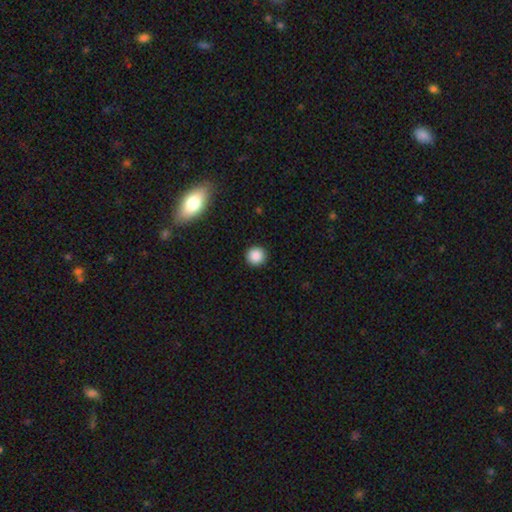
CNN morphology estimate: smooth_or_featured: smooth (p=0.87) [alt: star or artifact p=0.10]
how_rounded: round (p=0.95) [alt: in between p=0.04]
merging: none (p=0.92) [alt: minor disturbance p=0.05]